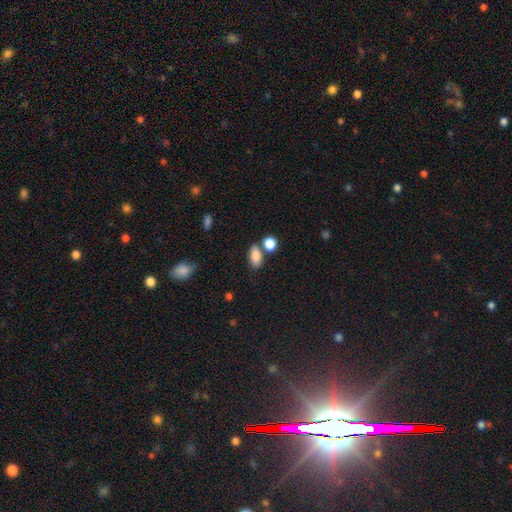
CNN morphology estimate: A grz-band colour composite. It shows a smooth galaxy with no disk features (86%) that is in between round and cigar-shaped (87%). Merging: none (64%).